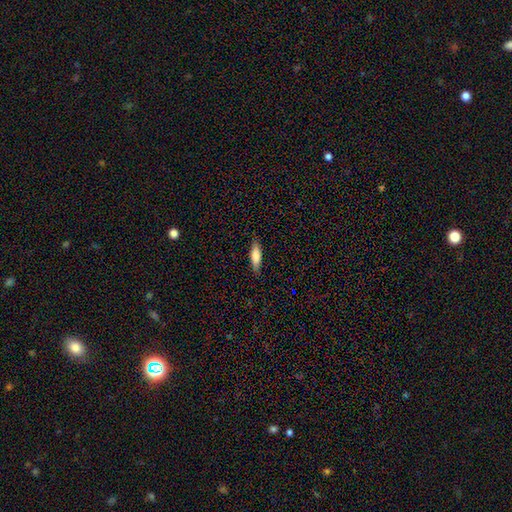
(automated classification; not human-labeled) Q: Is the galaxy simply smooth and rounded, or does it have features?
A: smooth — 75%.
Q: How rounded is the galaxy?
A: cigar-shaped — 55%.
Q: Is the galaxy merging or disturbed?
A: none — 86%.